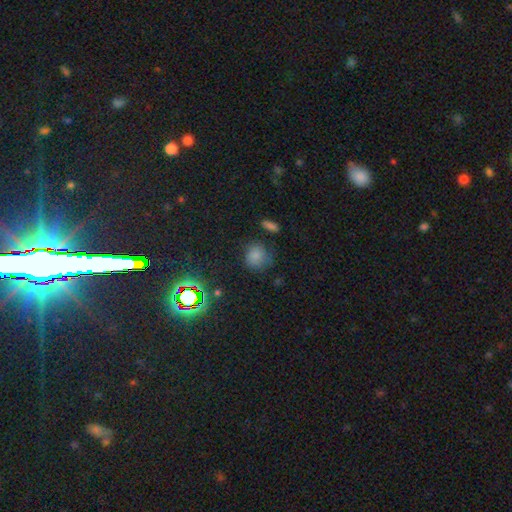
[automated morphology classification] This appears to be a smooth galaxy with no disk features (75%) that is round (82%). Merging: none (69%).